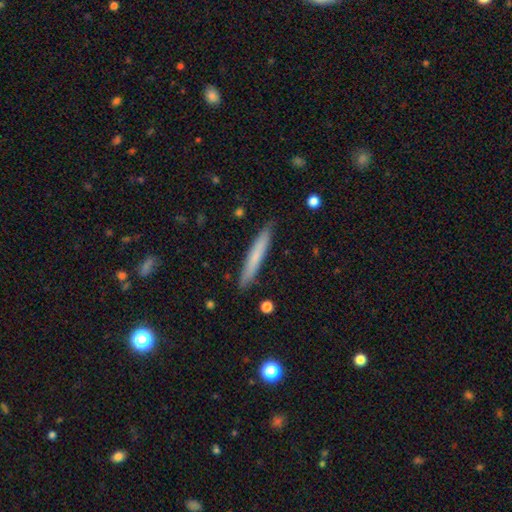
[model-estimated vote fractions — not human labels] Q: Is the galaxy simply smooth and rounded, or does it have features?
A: smooth — 69%.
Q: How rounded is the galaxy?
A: cigar-shaped — 96%.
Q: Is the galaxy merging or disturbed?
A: none — 90%.